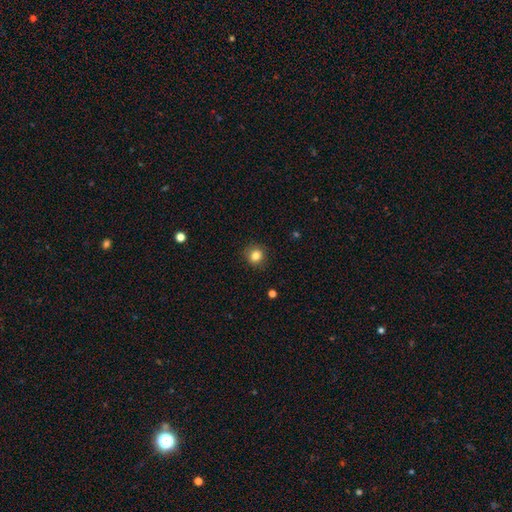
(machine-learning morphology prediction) Overall: smooth (83%). How rounded: round (89%). Merging: none (89%).